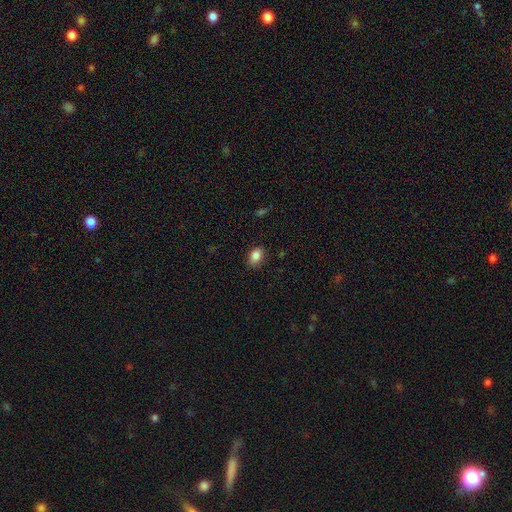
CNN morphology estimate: This is clearly a smooth galaxy (85%). How rounded: clearly in between (80%). Merging: clearly none (82%).